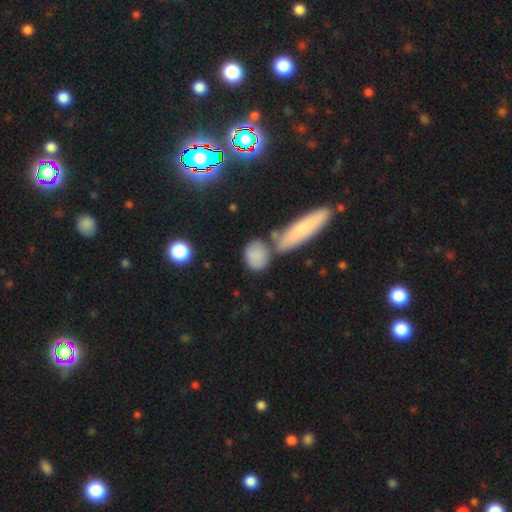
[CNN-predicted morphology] The model was most divided on "how rounded": round: 50%, in between: 44%, cigar-shaped: 6%. More confident: smooth or featured — smooth (82%); merging — none (56%).